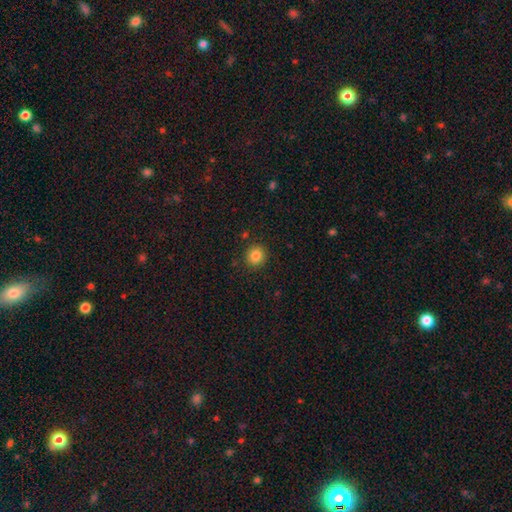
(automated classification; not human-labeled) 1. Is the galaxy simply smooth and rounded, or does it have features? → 84% smooth, 11% star or artifact, 5% featured or disk.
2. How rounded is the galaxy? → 91% round, 8% in between, 1% cigar-shaped.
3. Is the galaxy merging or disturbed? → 89% none, 7% minor disturbance, 2% major disturbance, 2% merger.